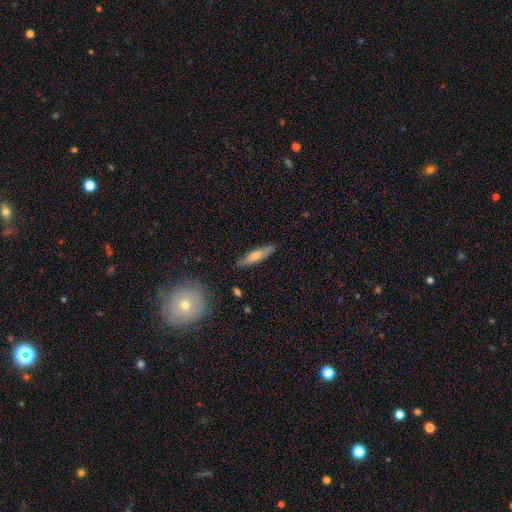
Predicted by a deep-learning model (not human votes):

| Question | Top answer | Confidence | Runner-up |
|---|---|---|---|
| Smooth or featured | smooth | 67% | featured or disk (27%) |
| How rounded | cigar-shaped | 74% | in between (24%) |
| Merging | none | 85% | minor disturbance (11%) |